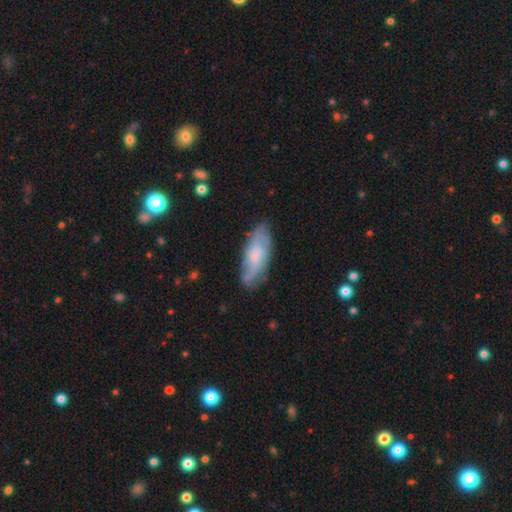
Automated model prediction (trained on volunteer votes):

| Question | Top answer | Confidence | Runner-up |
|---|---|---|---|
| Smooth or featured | featured or disk | 49% | smooth (44%) |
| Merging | none | 71% | minor disturbance (22%) |